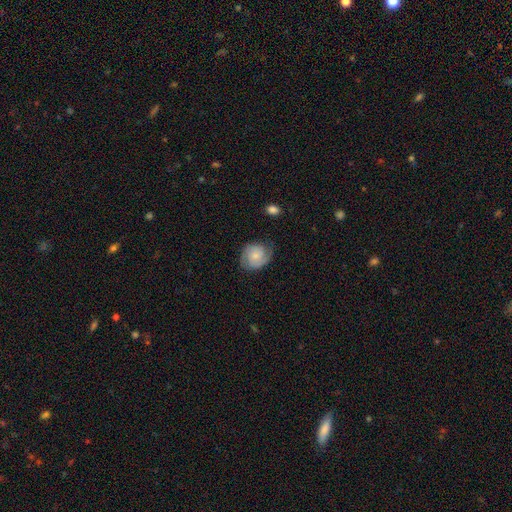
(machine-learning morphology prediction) A featured or disk galaxy (71%) with no bar (72%), 2 (76%) tight (52%) spiral arms (95%) and a small central bulge (62%).

Vote fractions:
- Smooth or featured? featured or disk: 71% / smooth: 23% / star or artifact: 6%
- Edge-on disk? no: 98% / yes: 2%
- Bar? no: 72% / weak: 24% / strong: 4%
- Spiral arms? yes: 95% / no: 5%
- Spiral winding? tight: 52% / medium: 37% / loose: 11%
- Spiral arm count? 2: 76% / can't tell: 10% / 3: 6% / 1: 5% / 4: 2% / more than 4: 2%
- Bulge size? small: 62% / moderate: 26% / none: 8% / large: 3% / dominant: 1%
- Merging? none: 72% / minor disturbance: 20% / major disturbance: 7% / merger: 1%